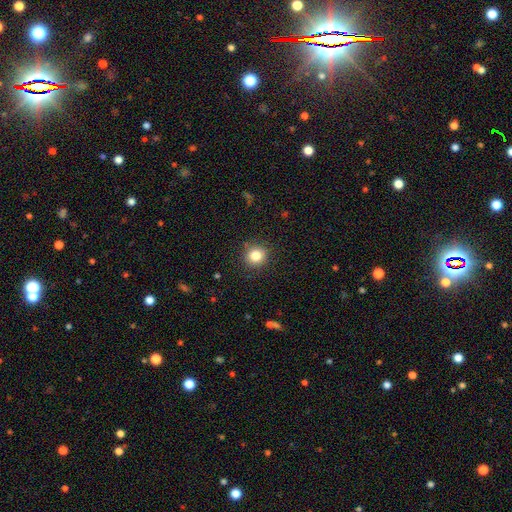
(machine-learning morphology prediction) The model was most divided on "smooth or featured": smooth: 83%, star or artifact: 11%, featured or disk: 6%. More confident: merging — none (88%); how rounded — round (87%).